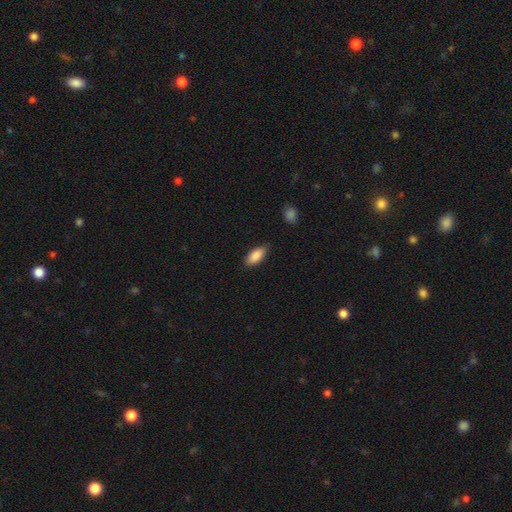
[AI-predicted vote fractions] Smooth or featured: smooth — 88% (star or artifact — 6%)
How rounded: in between — 88% (cigar-shaped — 10%)
Merging: none — 79% (minor disturbance — 17%)